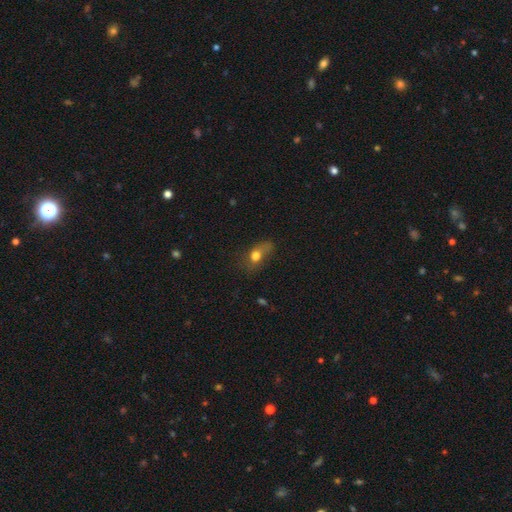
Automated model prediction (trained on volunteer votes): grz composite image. It shows a smooth galaxy with no disk features (71%) that is in between round and cigar-shaped (63%). Merging: none (36%).